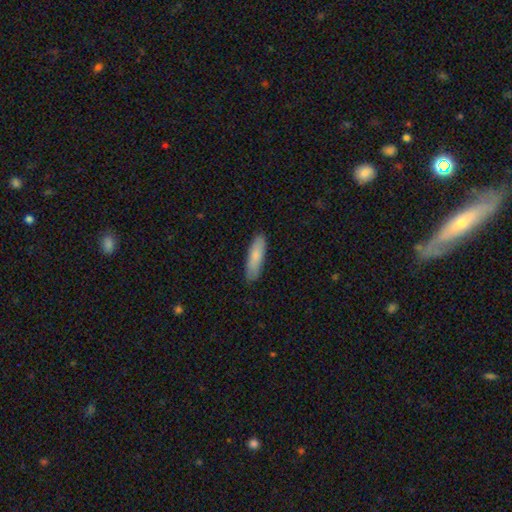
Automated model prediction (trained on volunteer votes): smooth 82%, featured or disk 13%, star or artifact 5%. Down the decision tree: how rounded — cigar-shaped (60%); merging — none (86%).